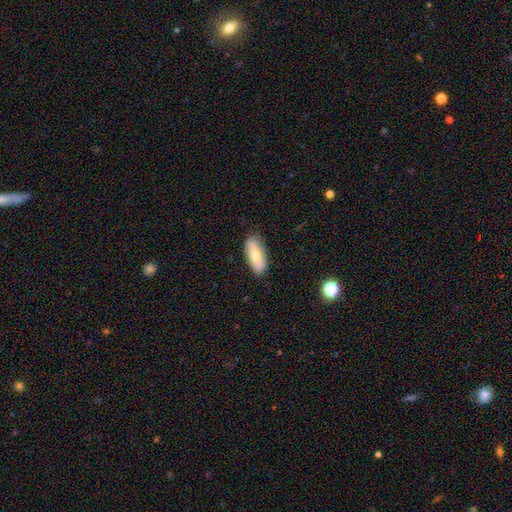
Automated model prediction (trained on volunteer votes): This appears to be a smooth galaxy with no disk features (74%) that is in between round and cigar-shaped (80%). Merging: none (83%).